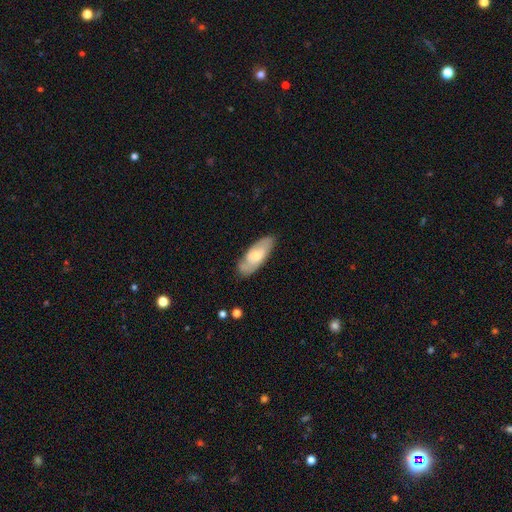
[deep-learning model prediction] This is possibly a smooth galaxy (50%). How rounded: likely in between (75%). Merging: likely none (75%).